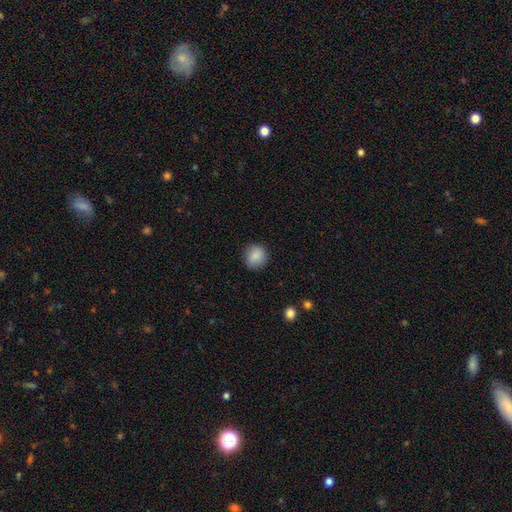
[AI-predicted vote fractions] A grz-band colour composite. It shows a smooth galaxy with no disk features (87%) that is round (87%). Merging: none (88%).